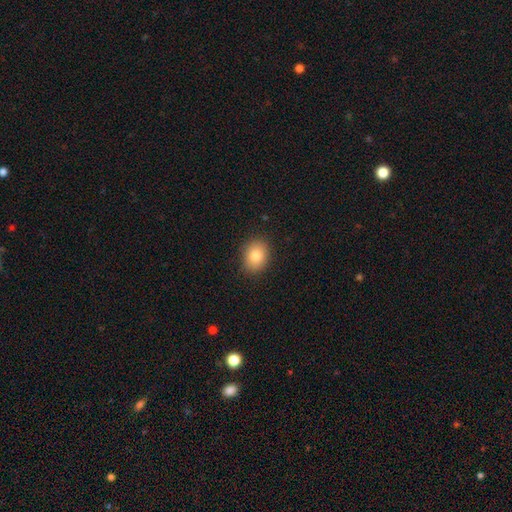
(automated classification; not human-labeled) Morphology: type=smooth (83%); roundness=in between (57%); merging=none (88%).